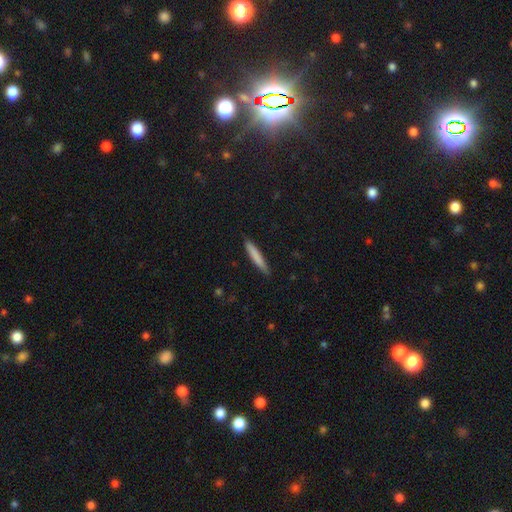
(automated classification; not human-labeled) Q: Smooth or featured?
A: smooth (80%); runner-up: featured or disk (15%)
Q: How rounded?
A: cigar-shaped (93%); runner-up: in between (6%)
Q: Merging?
A: none (86%); runner-up: minor disturbance (11%)